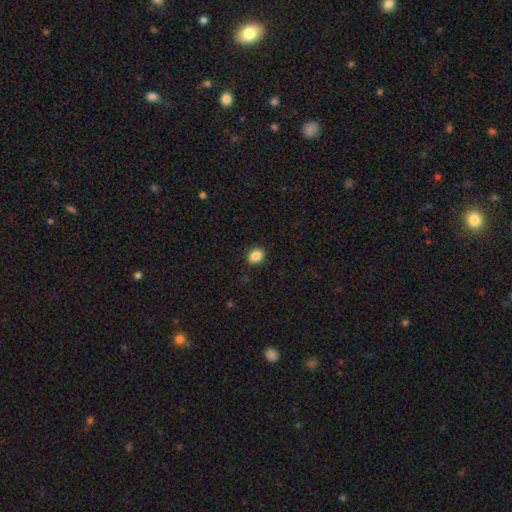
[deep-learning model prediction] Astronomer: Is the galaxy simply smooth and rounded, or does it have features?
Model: smooth — 87%.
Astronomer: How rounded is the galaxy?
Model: in between — 67%.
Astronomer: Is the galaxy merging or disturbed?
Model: none — 90%.